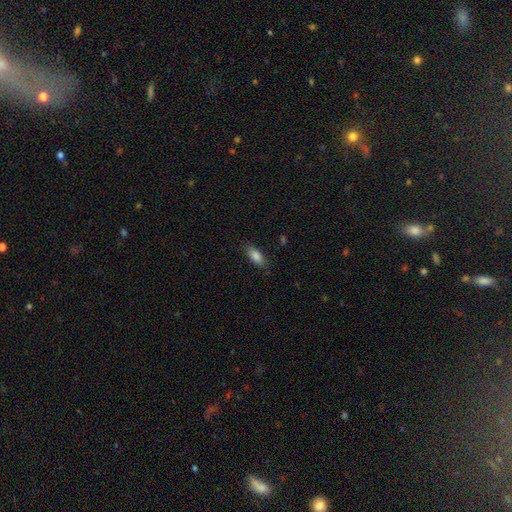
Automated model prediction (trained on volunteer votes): Smooth or featured? Predicted: smooth (p=0.86). How rounded? Predicted: in between (p=0.82). Merging? Predicted: none (p=0.83).